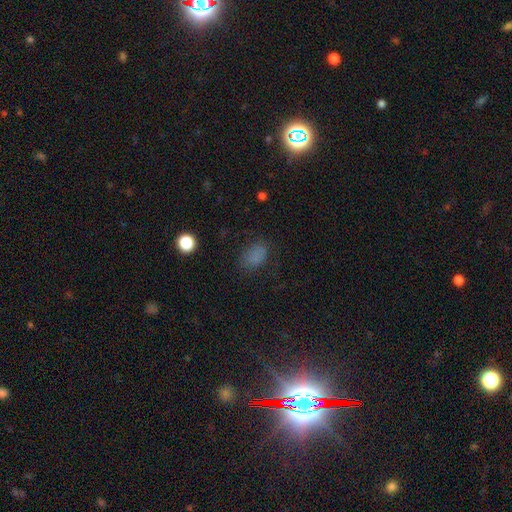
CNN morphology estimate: Smooth or featured? Predicted: smooth (p=0.77). How rounded? Predicted: in between (p=0.82). Merging? Predicted: none (p=0.73).